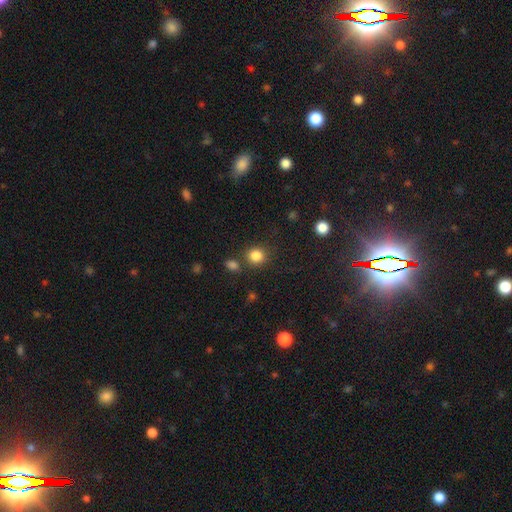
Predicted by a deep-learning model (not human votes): The model was most divided on "merging": none: 77%, merger: 10%, minor disturbance: 9%, major disturbance: 4%. More confident: how rounded — round (85%); smooth or featured — smooth (84%).